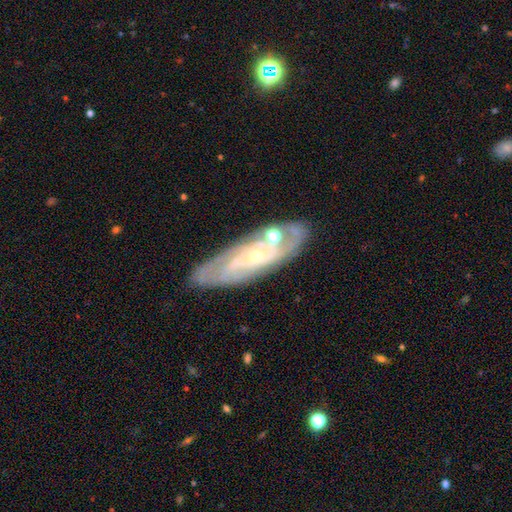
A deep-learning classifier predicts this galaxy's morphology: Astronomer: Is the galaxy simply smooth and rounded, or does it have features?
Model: featured or disk — 78%.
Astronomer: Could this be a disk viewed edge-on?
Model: no — 84%.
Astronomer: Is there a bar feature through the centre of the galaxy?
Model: no — 67%.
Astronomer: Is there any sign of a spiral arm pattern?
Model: yes — 89%.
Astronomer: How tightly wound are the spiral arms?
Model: tight — 58%.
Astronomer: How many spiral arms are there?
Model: can't tell — 40% (runner-up: 2, 32%).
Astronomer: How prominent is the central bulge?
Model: small — 72%.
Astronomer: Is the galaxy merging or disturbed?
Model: none — 73%.